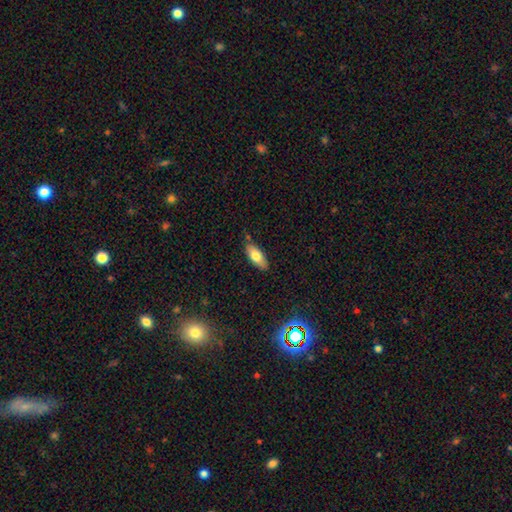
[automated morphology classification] The model was most divided on "smooth or featured": smooth: 74%, featured or disk: 19%, star or artifact: 7%. More confident: how rounded — in between (79%); merging — none (79%).